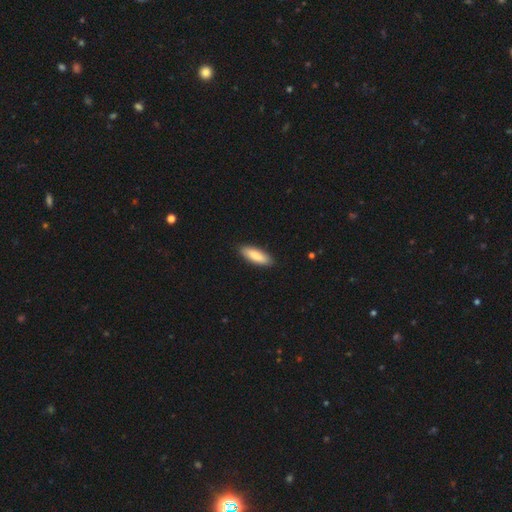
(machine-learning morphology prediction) Q: Smooth or featured?
A: smooth (84%); runner-up: featured or disk (11%)
Q: How rounded?
A: in between (59%); runner-up: cigar-shaped (40%)
Q: Merging?
A: none (90%); runner-up: minor disturbance (8%)